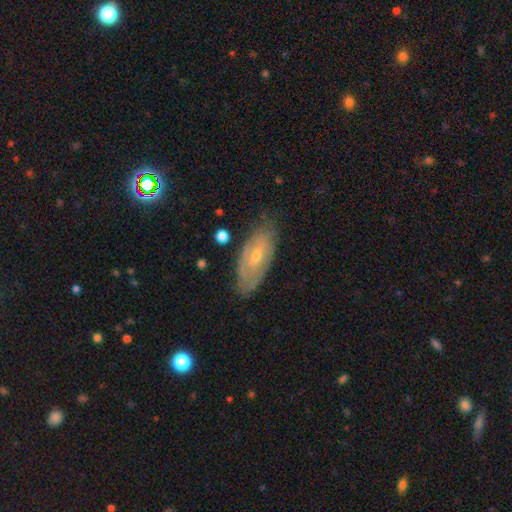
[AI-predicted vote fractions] Smooth or featured? featured or disk (61%)
Edge-on disk? no (85%)
Bar? no (60%)
Spiral arms? yes (68%)
Bulge size? small (64%)
Merging? none (72%)